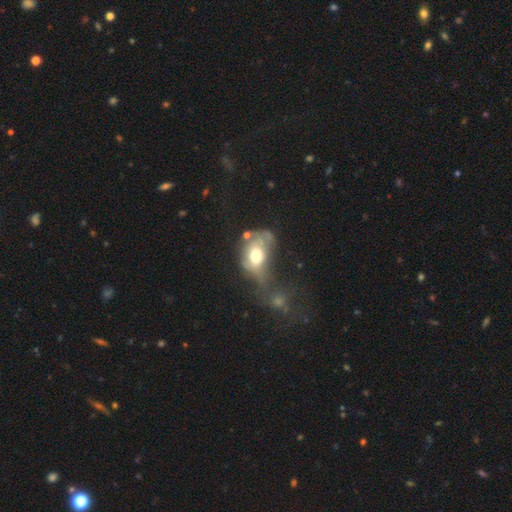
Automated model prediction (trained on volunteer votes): A smooth galaxy with no disk features (56%) that is in between round and cigar-shaped (70%).

Vote fractions:
- Smooth or featured? smooth: 56% / featured or disk: 34% / star or artifact: 10%
- How rounded? in between: 70% / round: 28% / cigar-shaped: 2%
- Merging? major disturbance: 40% / merger: 27% / minor disturbance: 18% / none: 16%